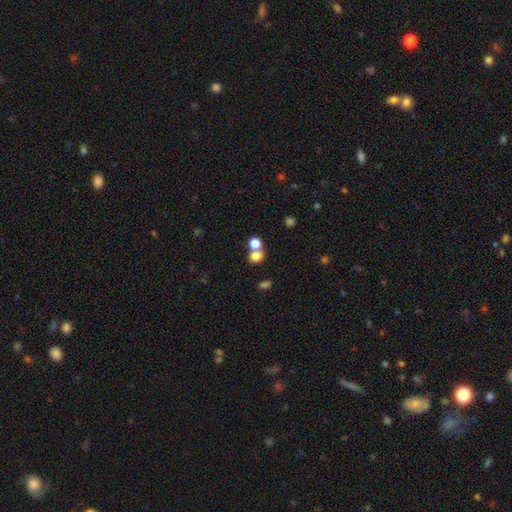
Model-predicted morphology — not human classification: type=smooth (77%); roundness=round (64%); merging=none (45%).